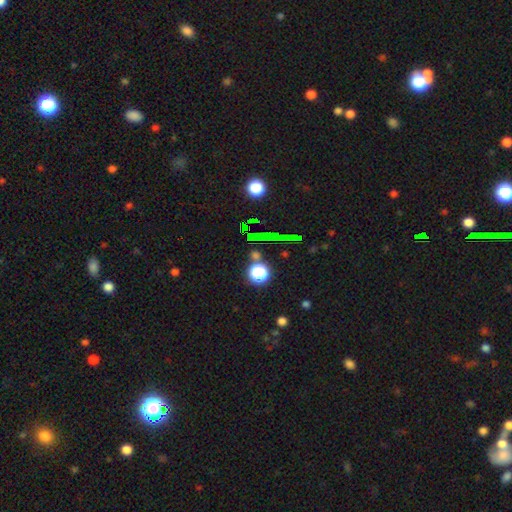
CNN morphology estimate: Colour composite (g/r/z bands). It shows a star or artifact, not a galaxy (55%).